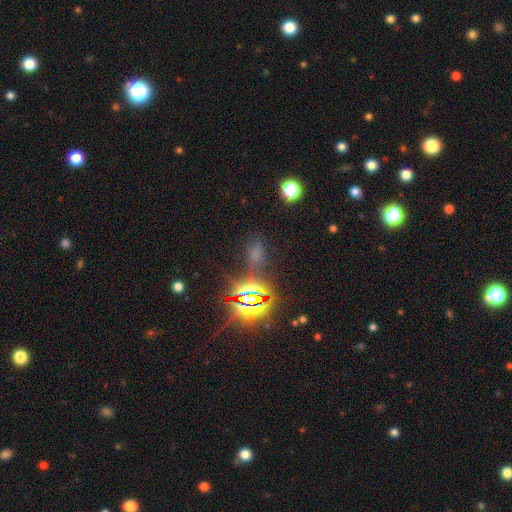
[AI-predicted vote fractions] A star or artifact, not a galaxy (58%).